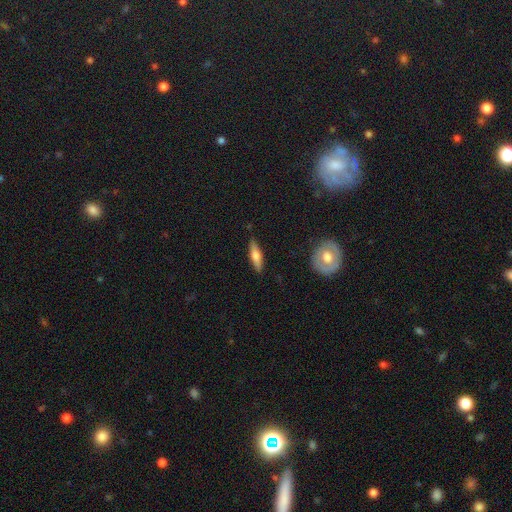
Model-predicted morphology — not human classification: smooth-or-featured: smooth: 56% | featured or disk: 38% | star or artifact: 6%
  how-rounded: cigar-shaped: 67% | in between: 30% | round: 3%
  merging: none: 87% | minor disturbance: 10% | major disturbance: 2% | merger: 2%